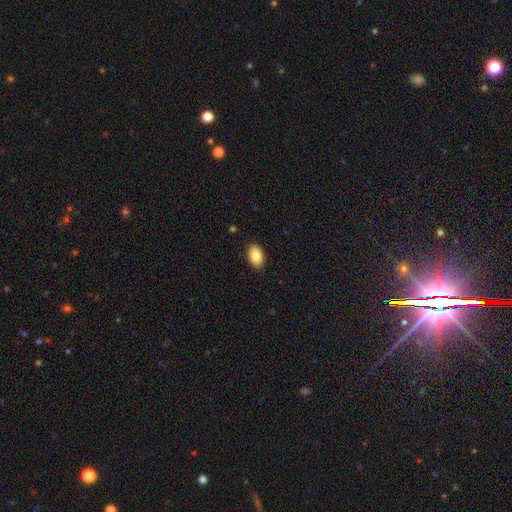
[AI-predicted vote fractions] Morphology: type=smooth (84%); roundness=in between (91%); merging=none (89%).